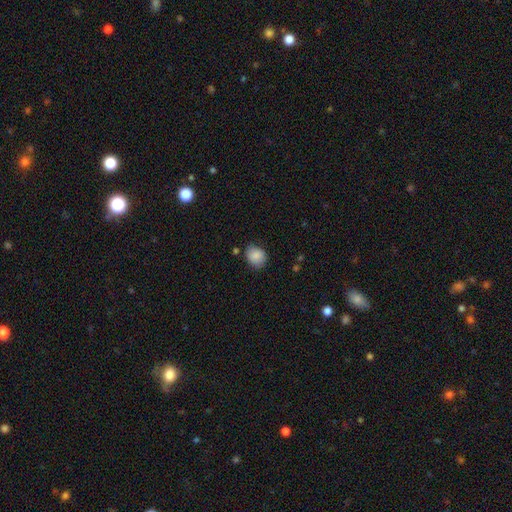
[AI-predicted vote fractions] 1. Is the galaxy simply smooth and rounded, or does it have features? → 87% smooth, 8% star or artifact, 5% featured or disk.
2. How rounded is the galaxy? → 58% round, 41% in between, 1% cigar-shaped.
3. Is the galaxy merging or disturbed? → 73% none, 20% minor disturbance, 4% major disturbance, 3% merger.